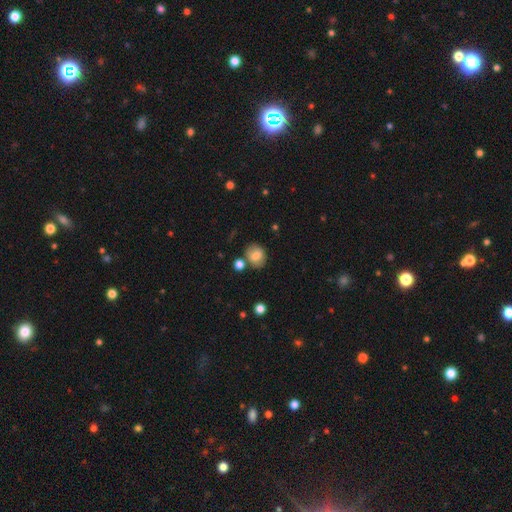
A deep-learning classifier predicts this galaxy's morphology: This is likely a smooth galaxy (78%). How rounded: possibly round (59%). Merging: likely none (70%).